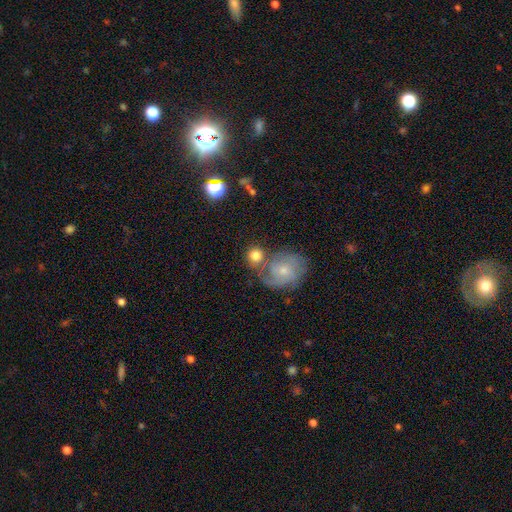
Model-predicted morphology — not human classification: The model was most divided on "merging": none: 57%, merger: 24%, minor disturbance: 13%, major disturbance: 6%. More confident: how rounded — round (85%); smooth or featured — smooth (74%).